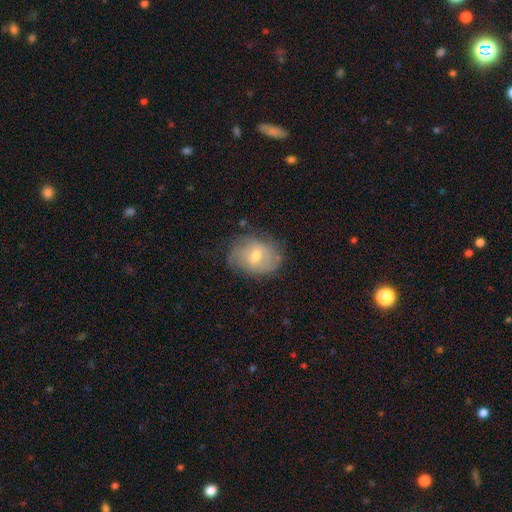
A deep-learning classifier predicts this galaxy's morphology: A smooth galaxy with no disk features (46%). Merging: none (68%).